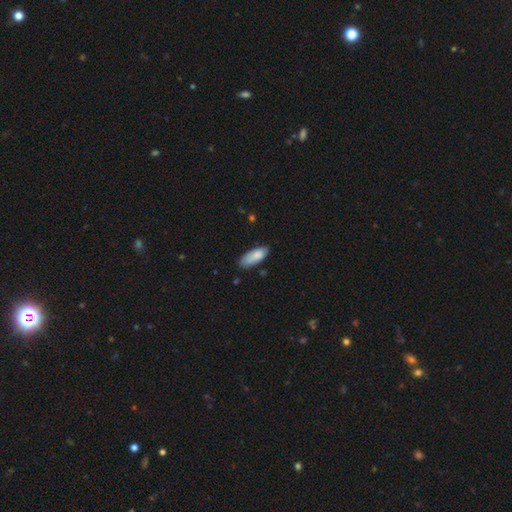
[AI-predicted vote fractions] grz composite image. It shows a smooth galaxy with no disk features (83%) that is in between round and cigar-shaped (76%). Merging: none (70%).